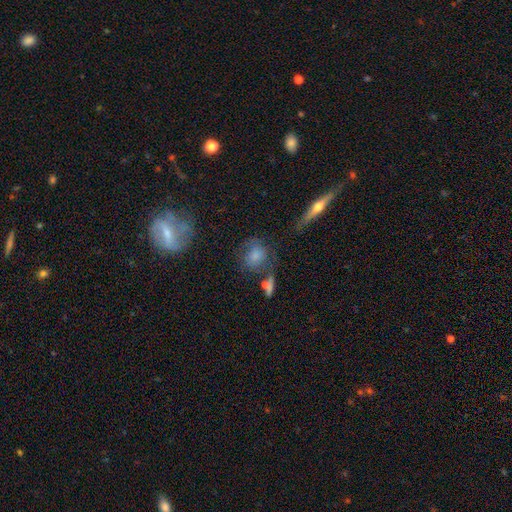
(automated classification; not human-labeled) smooth_or_featured: smooth (p=0.67) [alt: featured or disk p=0.20]
how_rounded: round (p=0.68) [alt: in between p=0.30]
merging: none (p=0.54) [alt: minor disturbance p=0.21]